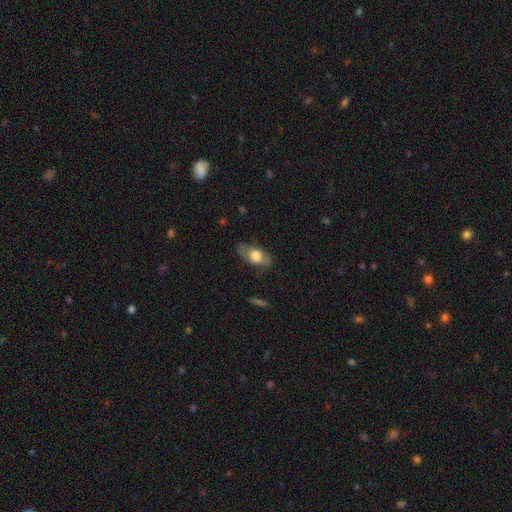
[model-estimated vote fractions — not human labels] Smooth or featured: smooth — 62% (featured or disk — 32%)
How rounded: in between — 86% (round — 8%)
Merging: none — 71% (minor disturbance — 21%)